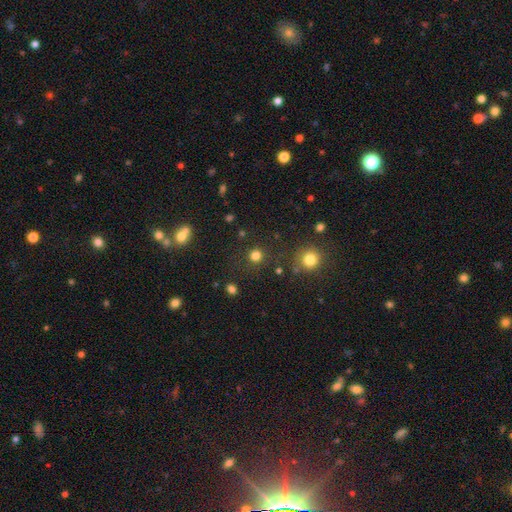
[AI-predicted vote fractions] Smooth or featured?
  - smooth: 80% *
  - star or artifact: 16%
  - featured or disk: 4%
How rounded?
  - round: 93% *
  - in between: 6%
  - cigar-shaped: 1%
Merging?
  - none: 87% *
  - minor disturbance: 7%
  - merger: 3%
  - major disturbance: 3%